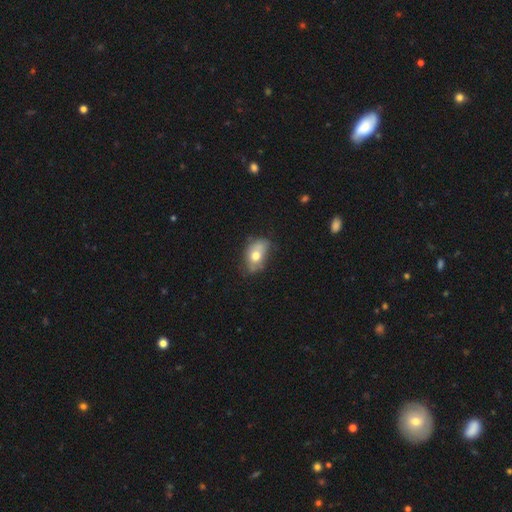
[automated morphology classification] Smooth or featured: smooth — 65% (featured or disk — 26%)
How rounded: in between — 84% (round — 14%)
Merging: none — 54% (minor disturbance — 33%)